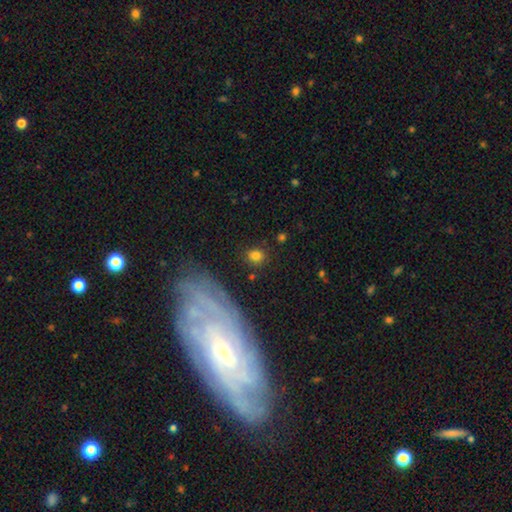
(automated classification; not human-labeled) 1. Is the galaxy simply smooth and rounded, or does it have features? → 79% smooth, 11% star or artifact, 10% featured or disk.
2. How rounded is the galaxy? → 70% round, 28% in between, 2% cigar-shaped.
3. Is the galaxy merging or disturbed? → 85% none, 9% minor disturbance, 3% major disturbance, 3% merger.